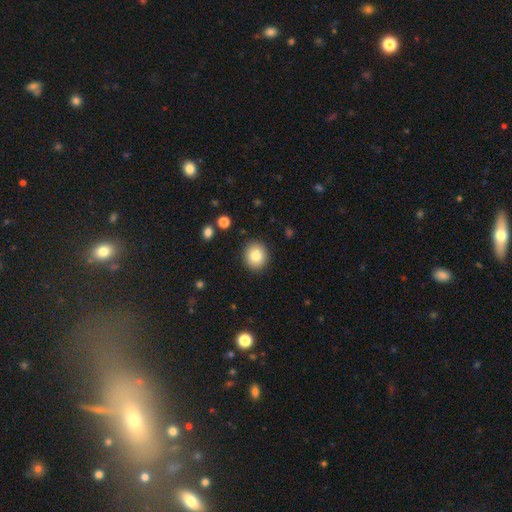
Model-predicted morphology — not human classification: A smooth galaxy with no disk features (82%) that is round (82%). Merging: none (90%).